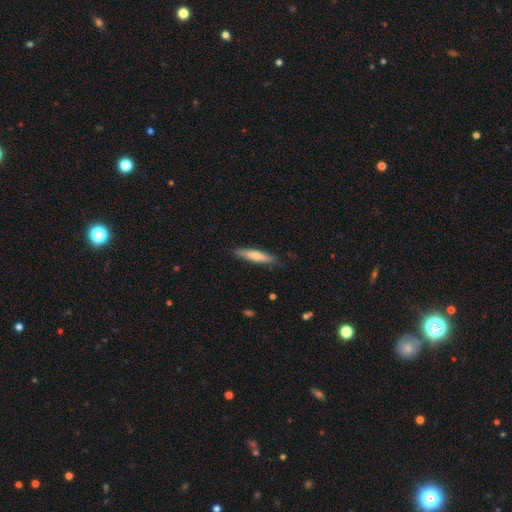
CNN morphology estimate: This is possibly a smooth galaxy (60%). How rounded: clearly cigar-shaped (85%). Merging: clearly none (87%).